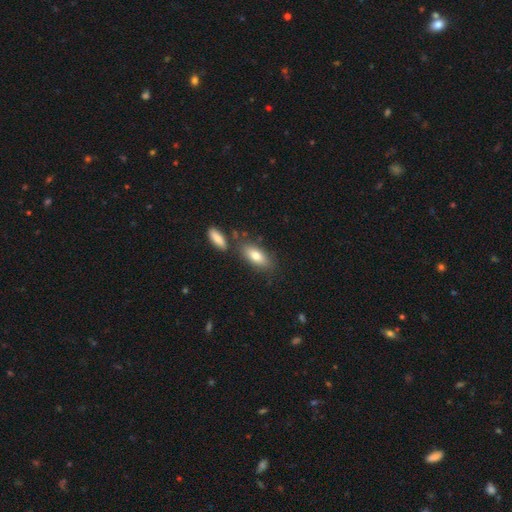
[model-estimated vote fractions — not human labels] Smooth or featured: smooth — 78% (featured or disk — 15%)
How rounded: in between — 82% (cigar-shaped — 15%)
Merging: none — 72% (minor disturbance — 13%)